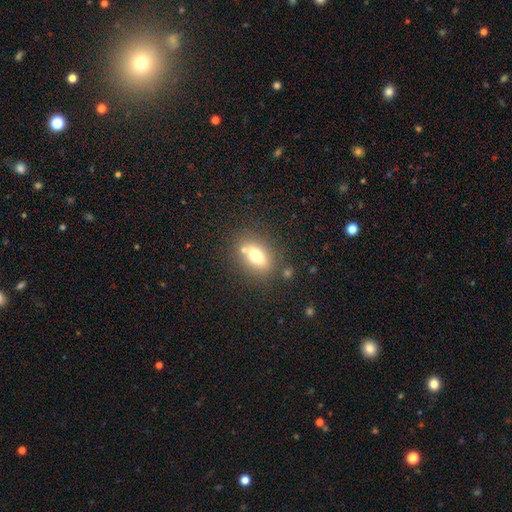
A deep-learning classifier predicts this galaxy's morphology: Smooth or featured? Predicted: smooth (p=0.70). How rounded? Predicted: in between (p=0.77). Merging? Predicted: none (p=0.72).